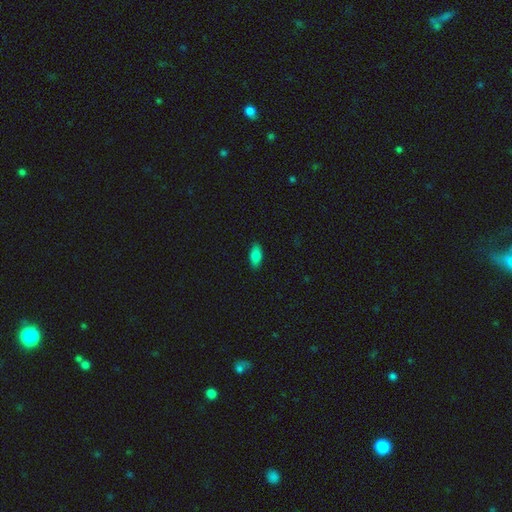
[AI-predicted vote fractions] Morphology: type=smooth (84%); roundness=in between (87%); merging=none (88%).